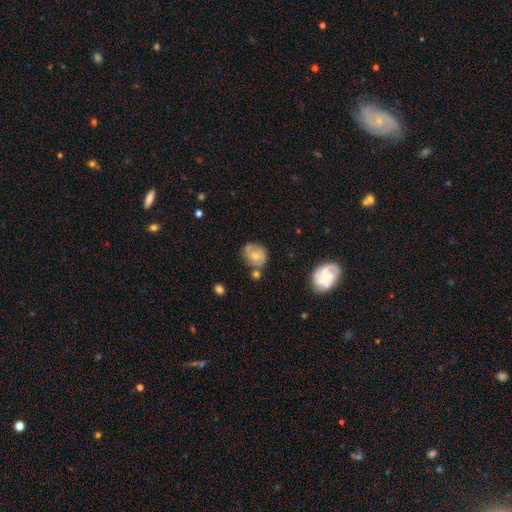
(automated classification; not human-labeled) A smooth galaxy with no disk features (51%) that is round (60%). Merging: none (54%).